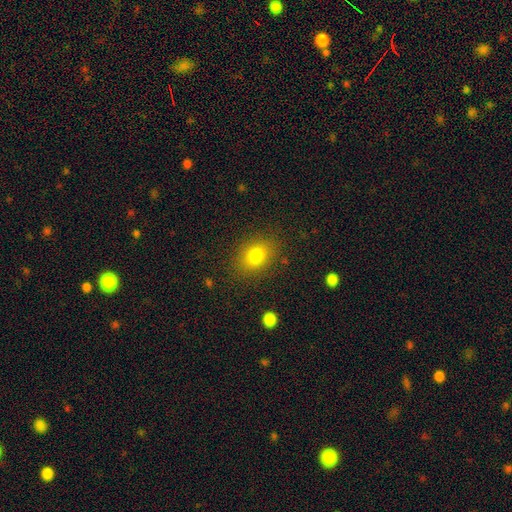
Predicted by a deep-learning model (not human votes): smooth_or_featured: smooth (p=0.80) [alt: star or artifact p=0.12]
how_rounded: in between (p=0.65) [alt: round p=0.33]
merging: none (p=0.84) [alt: minor disturbance p=0.10]